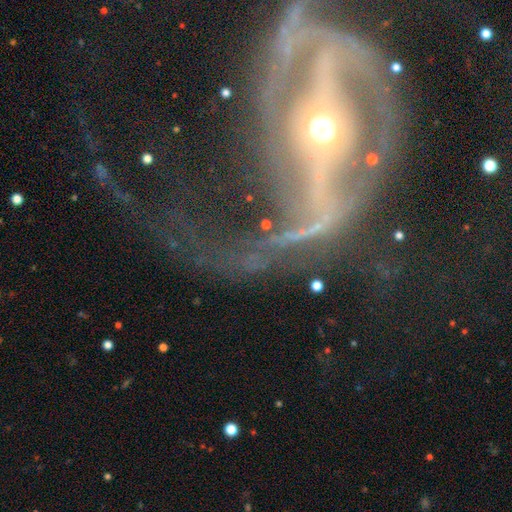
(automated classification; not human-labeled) Smooth or featured? featured or disk (87%)
Edge-on disk? no (92%)
Bar? strong (59%)
Spiral arms? yes (85%)
Spiral winding? loose (50%)
Spiral arm count? 2 (80%)
Bulge size? moderate (55%)
Merging? none (42%)